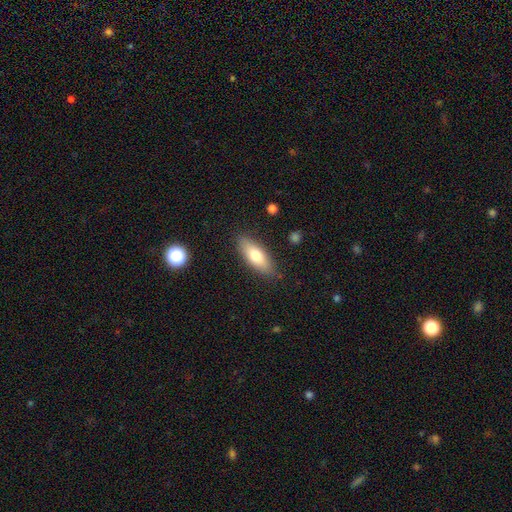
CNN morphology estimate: This appears to be a smooth galaxy with no disk features (71%) that is in between round and cigar-shaped (68%). Merging: none (85%).